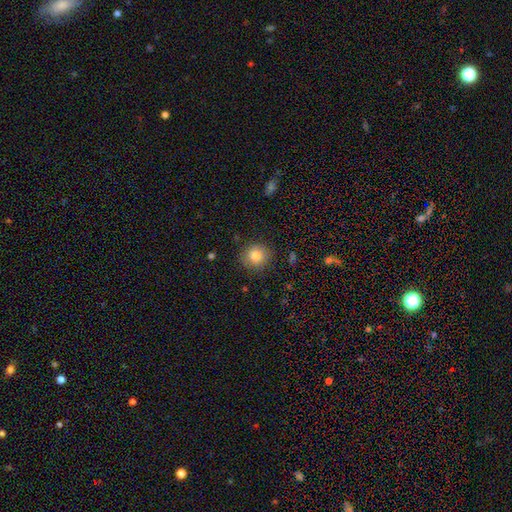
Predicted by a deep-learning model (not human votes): smooth_or_featured: smooth (p=0.82) [alt: star or artifact p=0.10]
how_rounded: round (p=0.90) [alt: in between p=0.09]
merging: none (p=0.85) [alt: minor disturbance p=0.10]